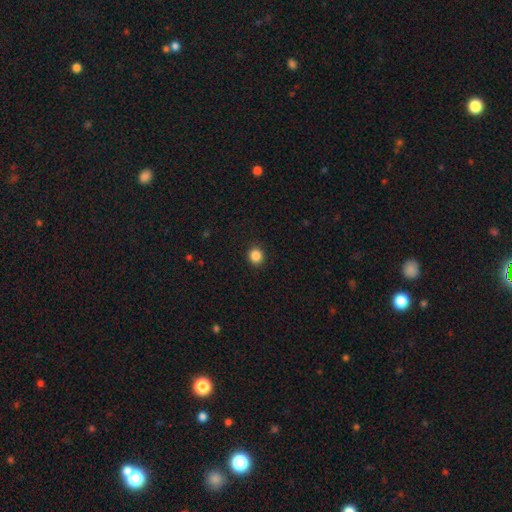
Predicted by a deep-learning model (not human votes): This appears to be a smooth galaxy with no disk features (86%) that is round (88%). Merging: none (92%).